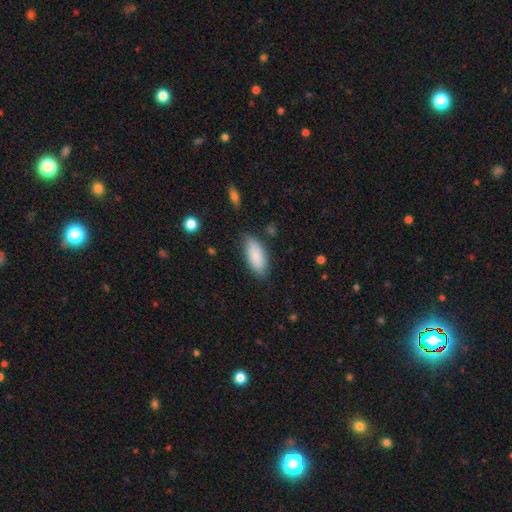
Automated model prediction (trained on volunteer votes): Overall: smooth (88%). How rounded: in between (85%). Merging: none (77%).